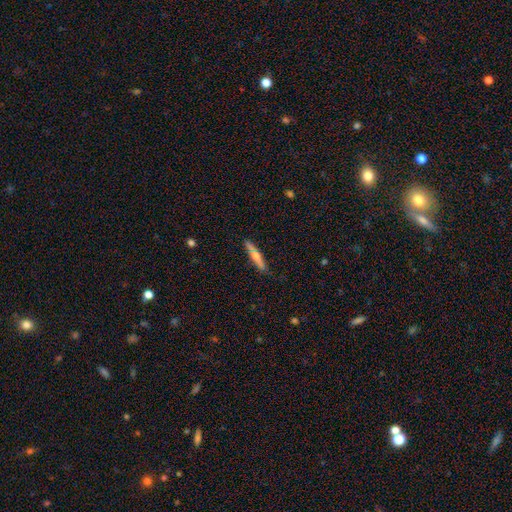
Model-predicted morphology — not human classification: This appears to be a smooth galaxy with no disk features (52%) that is cigar-shaped (87%). Merging: none (79%).